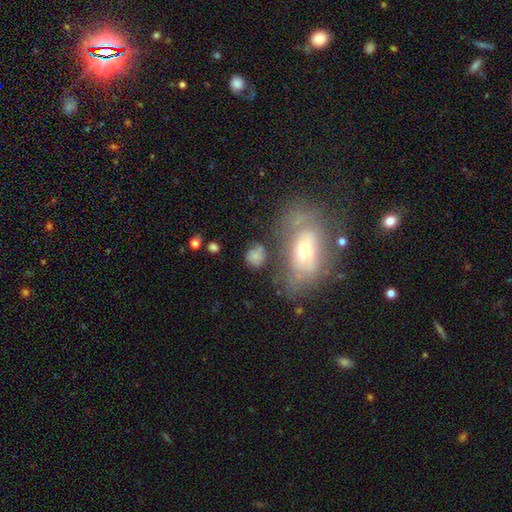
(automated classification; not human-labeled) A smooth galaxy with no disk features (63%) that is round (64%).

Vote fractions:
- Smooth or featured? smooth: 63% / featured or disk: 24% / star or artifact: 13%
- How rounded? round: 64% / in between: 33% / cigar-shaped: 3%
- Merging? none: 58% / minor disturbance: 18% / merger: 12% / major disturbance: 11%